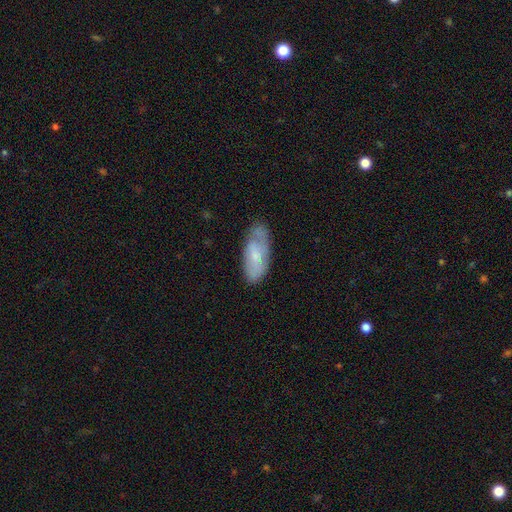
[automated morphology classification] This appears to be a smooth galaxy with no disk features (53%) that is in between round and cigar-shaped (83%). Merging: none (59%).